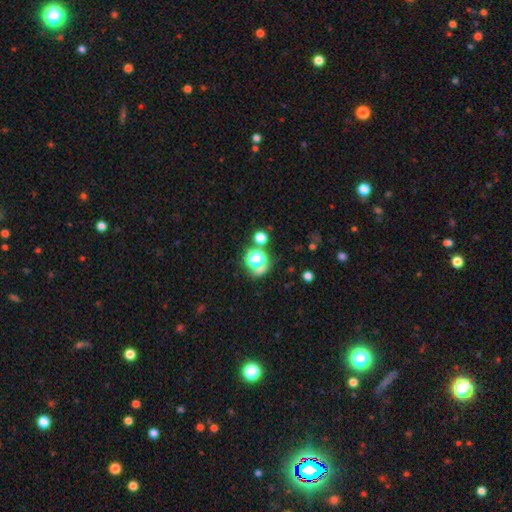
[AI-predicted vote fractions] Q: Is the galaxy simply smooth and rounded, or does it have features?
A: smooth — 47%.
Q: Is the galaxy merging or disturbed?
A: none — 65%.